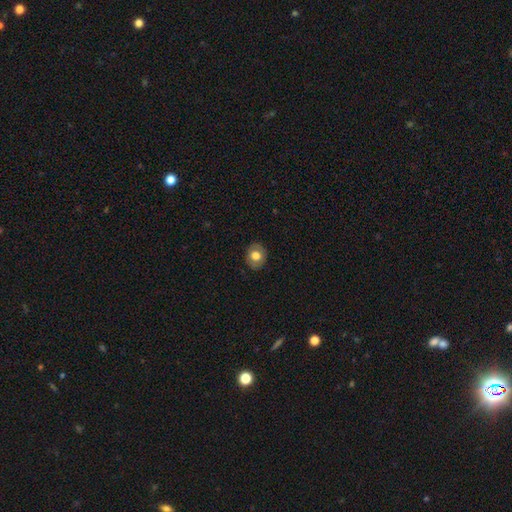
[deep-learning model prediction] smooth_or_featured: smooth (p=0.70) [alt: featured or disk p=0.22]
how_rounded: round (p=0.63) [alt: in between p=0.37]
merging: none (p=0.86) [alt: minor disturbance p=0.10]